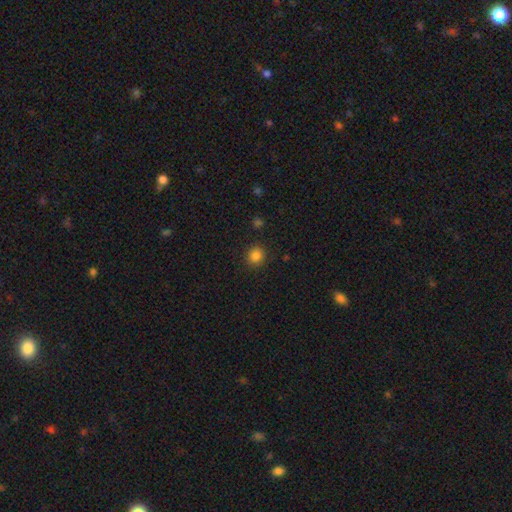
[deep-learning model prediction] Smooth or featured? Predicted: smooth (p=0.84). How rounded? Predicted: round (p=0.89). Merging? Predicted: none (p=0.89).